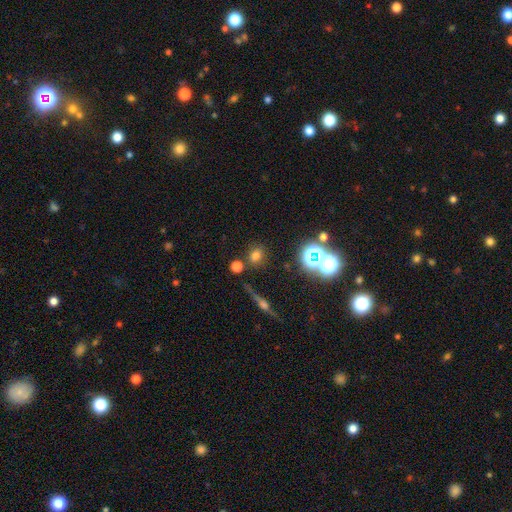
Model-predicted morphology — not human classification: A smooth galaxy with no disk features (68%) that is round (66%). Merging: none (79%).